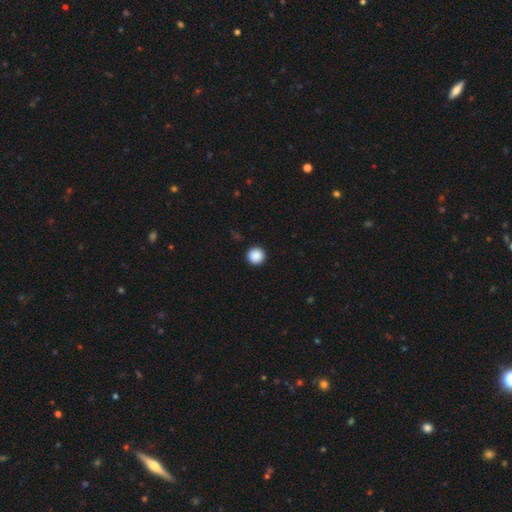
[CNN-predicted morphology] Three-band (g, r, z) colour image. It shows a smooth galaxy with no disk features (89%) that is round (96%). Merging: none (93%).